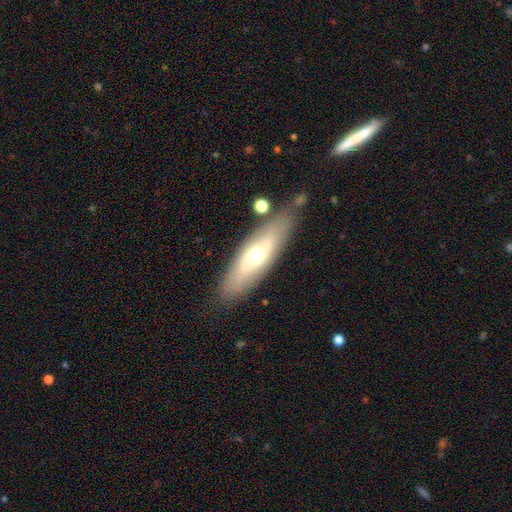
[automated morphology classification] smooth 48%, featured or disk 46%, star or artifact 7%. Down the decision tree: merging — none (77%).